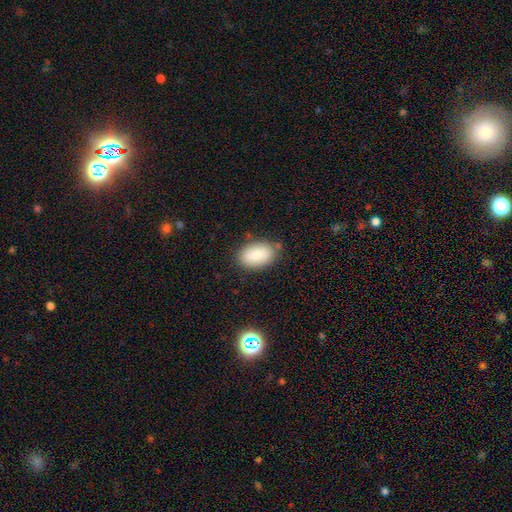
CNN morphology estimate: This appears to be a smooth galaxy with no disk features (83%) that is in between round and cigar-shaped (91%). Merging: none (79%).